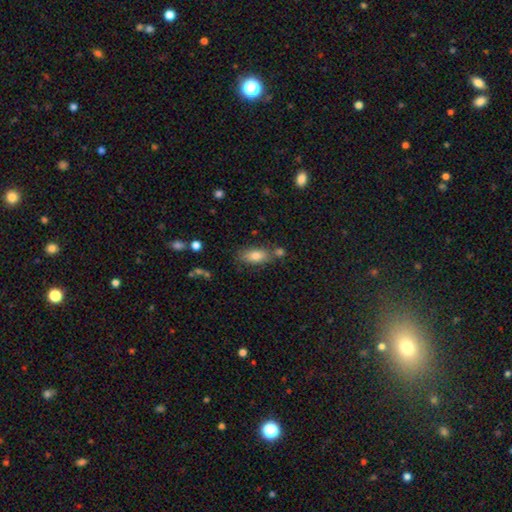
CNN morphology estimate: Smooth or featured: smooth — 80% (featured or disk — 12%)
How rounded: in between — 82% (cigar-shaped — 15%)
Merging: none — 66% (merger — 15%)